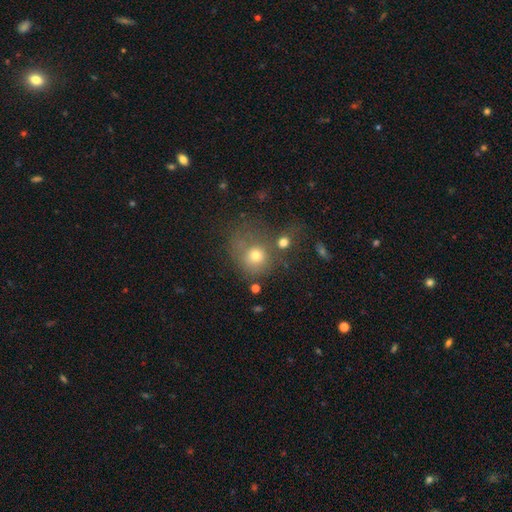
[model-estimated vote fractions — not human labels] smooth 69%, star or artifact 17%, featured or disk 15%. Down the decision tree: how rounded — round (80%); merging — none (41%).